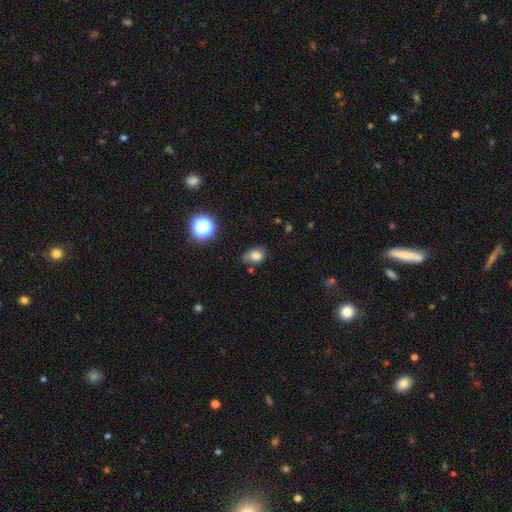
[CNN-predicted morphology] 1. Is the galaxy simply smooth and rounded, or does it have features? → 78% smooth, 13% star or artifact, 10% featured or disk.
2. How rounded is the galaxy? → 65% in between, 34% round, 1% cigar-shaped.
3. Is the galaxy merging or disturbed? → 57% none, 31% minor disturbance, 8% major disturbance, 4% merger.